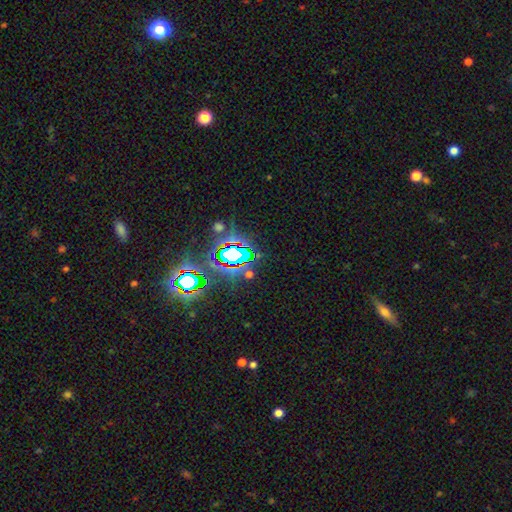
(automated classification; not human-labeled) This appears to be a star or artifact, not a galaxy (77%).